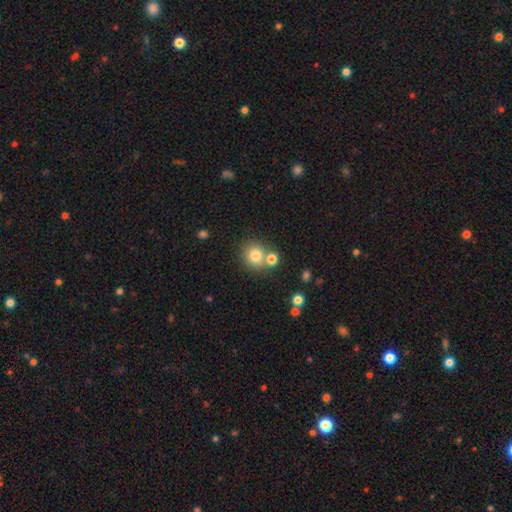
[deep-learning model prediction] This appears to be a smooth galaxy with no disk features (79%) that is round (86%). Merging: none (65%).